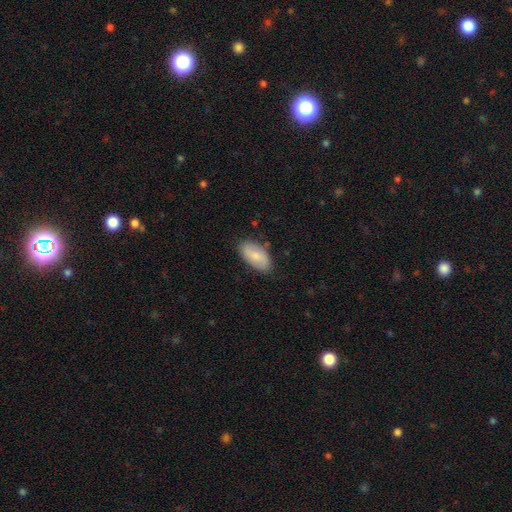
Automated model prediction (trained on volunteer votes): This is likely a smooth galaxy (75%). How rounded: clearly in between (93%). Merging: clearly none (83%).